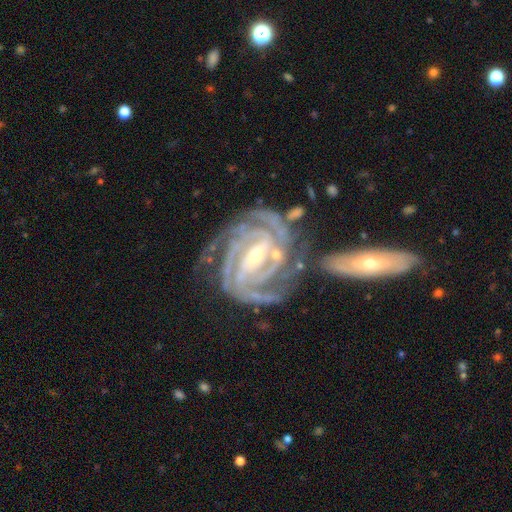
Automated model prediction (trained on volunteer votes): Smooth or featured? Predicted: featured or disk (p=0.93). Edge-on disk? Predicted: no (p=0.97). Bar? Predicted: strong (p=0.52). Spiral arms? Predicted: yes (p=0.99). Spiral winding? Predicted: tight (p=0.75). Spiral arm count? Predicted: 4 (p=0.34). Bulge size? Predicted: small (p=0.63). Merging? Predicted: none (p=0.59).